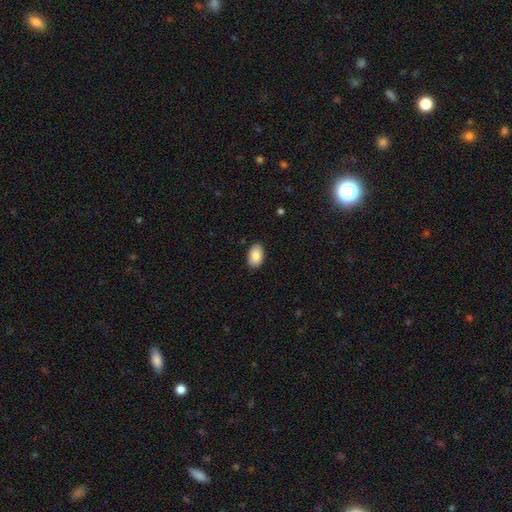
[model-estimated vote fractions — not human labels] Smooth or featured? Predicted: smooth (p=0.87). How rounded? Predicted: in between (p=0.92). Merging? Predicted: none (p=0.87).